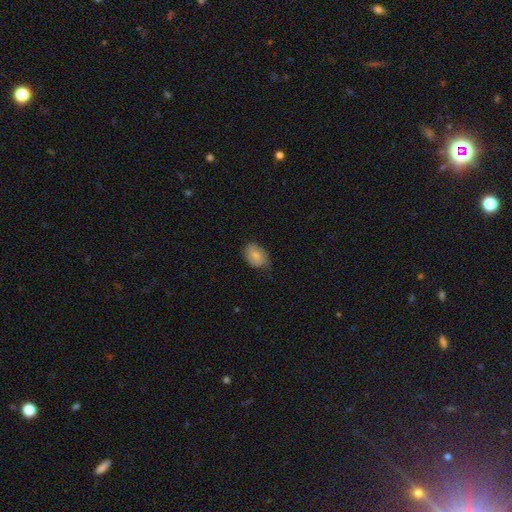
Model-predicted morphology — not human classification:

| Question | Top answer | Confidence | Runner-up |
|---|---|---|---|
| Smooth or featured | smooth | 76% | featured or disk (17%) |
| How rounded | in between | 78% | round (21%) |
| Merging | none | 62% | minor disturbance (30%) |